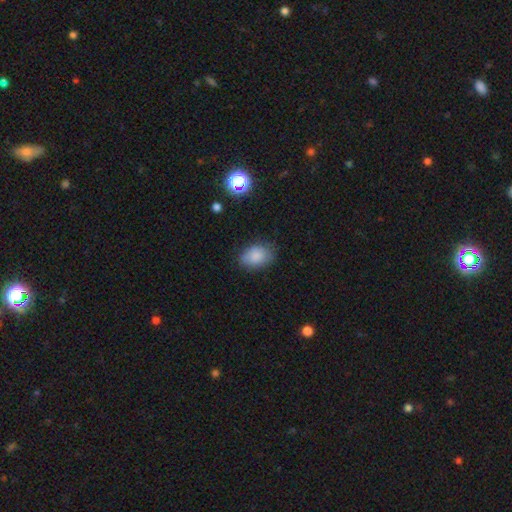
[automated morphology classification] Smooth or featured? smooth (83%)
How rounded? in between (80%)
Merging? none (73%)